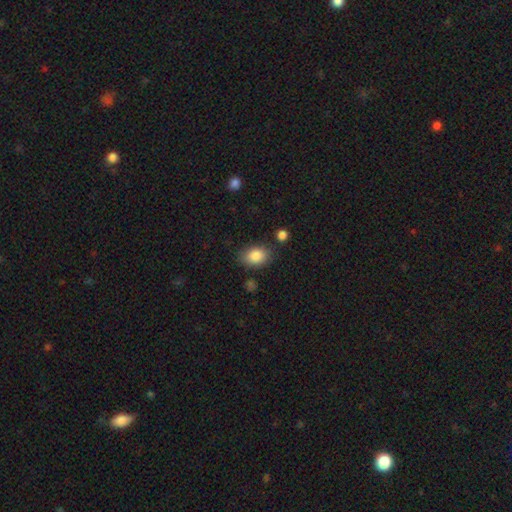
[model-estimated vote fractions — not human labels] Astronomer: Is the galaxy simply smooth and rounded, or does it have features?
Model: smooth — 87%.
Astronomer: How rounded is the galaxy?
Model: in between — 79%.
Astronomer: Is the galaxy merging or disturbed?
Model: none — 78%.